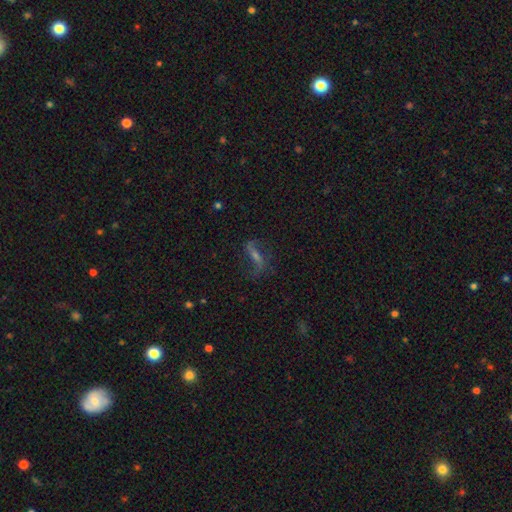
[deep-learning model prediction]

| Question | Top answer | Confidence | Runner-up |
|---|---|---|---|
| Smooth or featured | featured or disk | 69% | smooth (17%) |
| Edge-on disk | no | 85% | yes (15%) |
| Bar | strong | 38% | weak (35%) |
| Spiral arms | yes | 88% | no (12%) |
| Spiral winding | loose | 74% | medium (19%) |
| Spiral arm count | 2 | 87% | can't tell (5%) |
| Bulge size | small | 48% | moderate (33%) |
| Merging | none | 68% | minor disturbance (17%) |